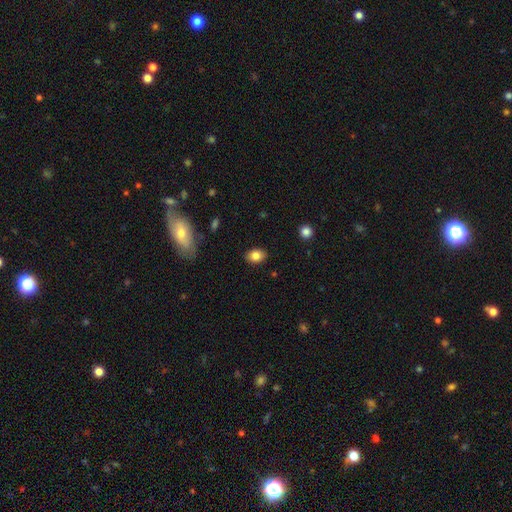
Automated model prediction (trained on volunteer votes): Smooth or featured? Predicted: smooth (p=0.84). How rounded? Predicted: in between (p=0.71). Merging? Predicted: none (p=0.87).